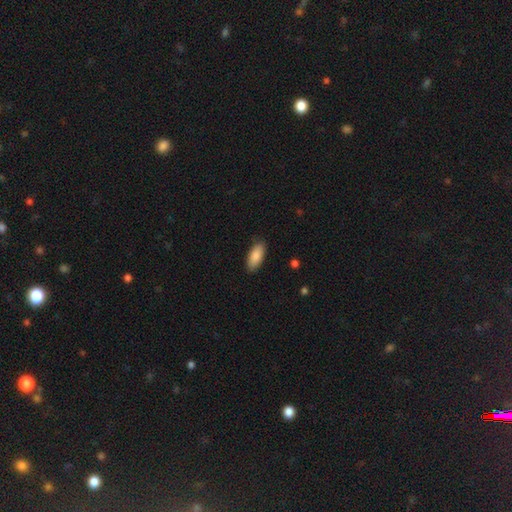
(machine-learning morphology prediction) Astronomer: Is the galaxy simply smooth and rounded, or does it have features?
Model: smooth — 88%.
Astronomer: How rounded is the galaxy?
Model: in between — 87%.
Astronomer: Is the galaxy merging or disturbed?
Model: none — 87%.